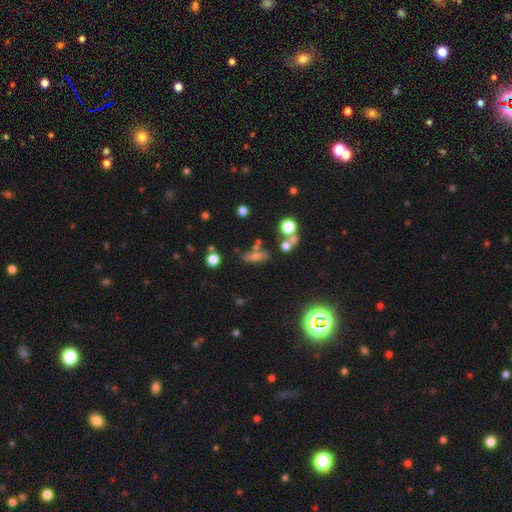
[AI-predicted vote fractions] This appears to be a smooth galaxy with no disk features (56%) that is in between round and cigar-shaped (51%). Merging: none (61%).